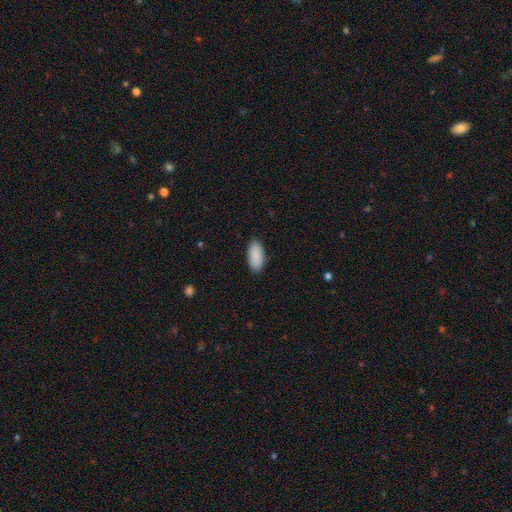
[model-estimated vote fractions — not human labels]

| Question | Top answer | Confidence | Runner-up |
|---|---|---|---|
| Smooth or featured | smooth | 90% | star or artifact (6%) |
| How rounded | in between | 91% | cigar-shaped (7%) |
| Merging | none | 88% | minor disturbance (9%) |